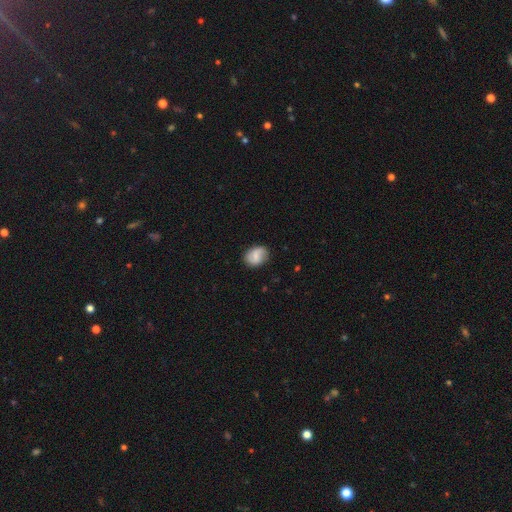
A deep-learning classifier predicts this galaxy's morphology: smooth-or-featured: smooth: 60% | featured or disk: 32% | star or artifact: 8%
  how-rounded: in between: 53% | round: 46% | cigar-shaped: 1%
  merging: none: 79% | minor disturbance: 16% | major disturbance: 4% | merger: 1%